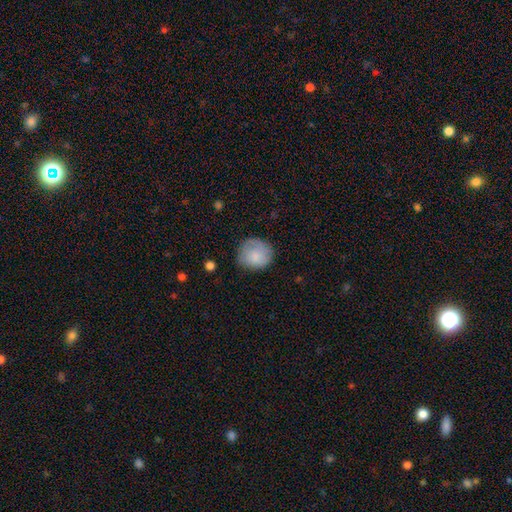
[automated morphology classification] Q: Smooth or featured?
A: smooth (82%); runner-up: featured or disk (12%)
Q: How rounded?
A: round (82%); runner-up: in between (17%)
Q: Merging?
A: none (70%); runner-up: minor disturbance (23%)